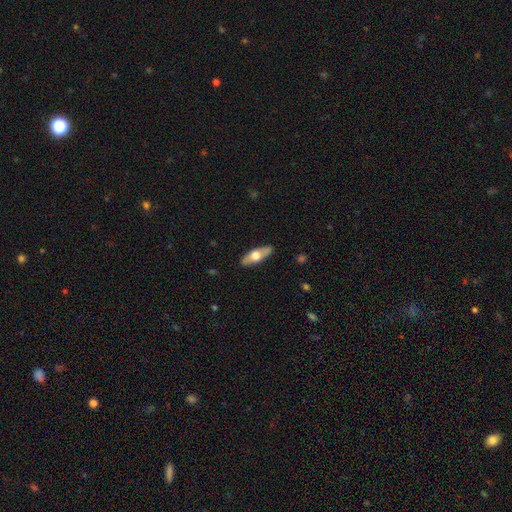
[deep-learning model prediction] This is possibly a smooth galaxy (50%). Merging: clearly none (87%).